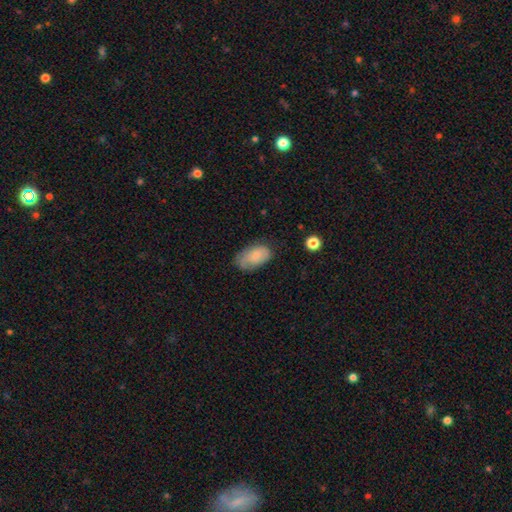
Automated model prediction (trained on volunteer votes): Smooth or featured? Predicted: smooth (p=0.70). How rounded? Predicted: in between (p=0.93). Merging? Predicted: none (p=0.60).